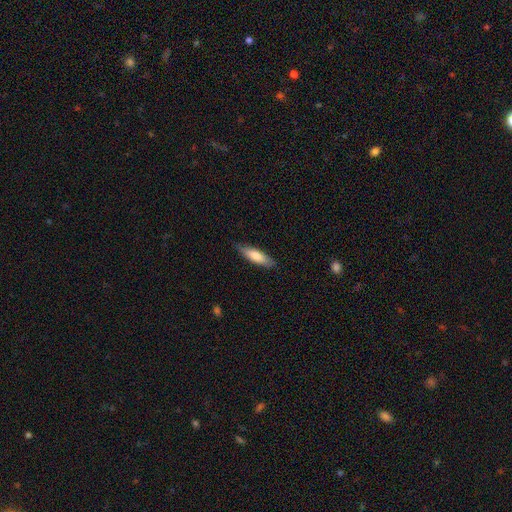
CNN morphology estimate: Smooth or featured? smooth (76%)
How rounded? cigar-shaped (63%)
Merging? none (83%)